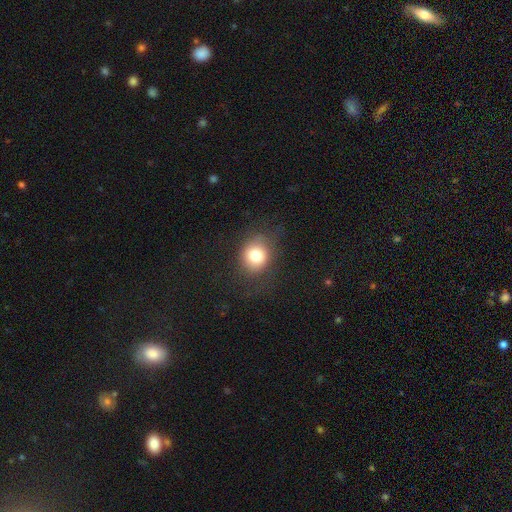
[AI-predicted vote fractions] Overall: smooth (79%). How rounded: round (77%). Merging: none (76%).